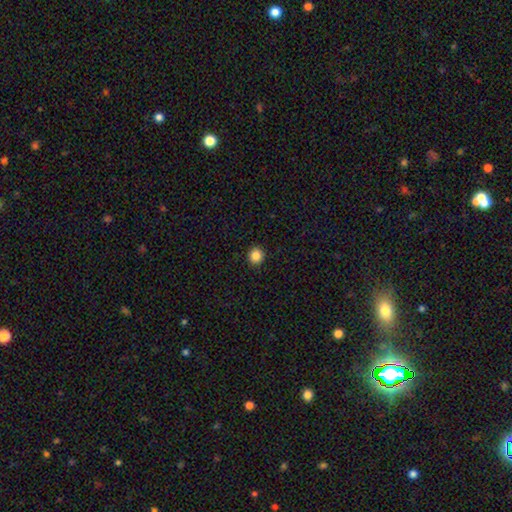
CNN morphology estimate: Q: Smooth or featured?
A: smooth (86%); runner-up: star or artifact (11%)
Q: How rounded?
A: round (92%); runner-up: in between (7%)
Q: Merging?
A: none (93%); runner-up: minor disturbance (4%)